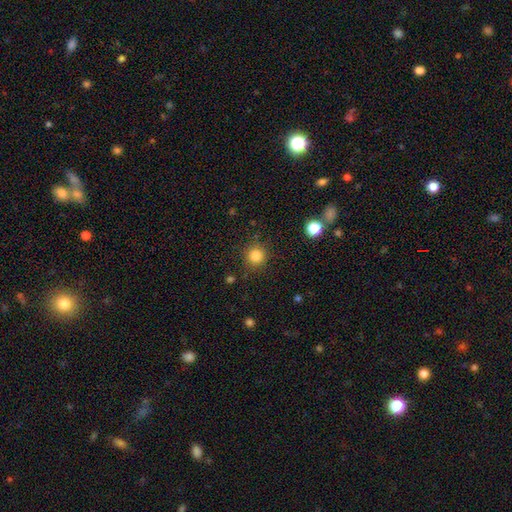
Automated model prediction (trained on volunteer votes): smooth_or_featured: smooth (p=0.84) [alt: star or artifact p=0.12]
how_rounded: round (p=0.93) [alt: in between p=0.06]
merging: none (p=0.87) [alt: minor disturbance p=0.08]